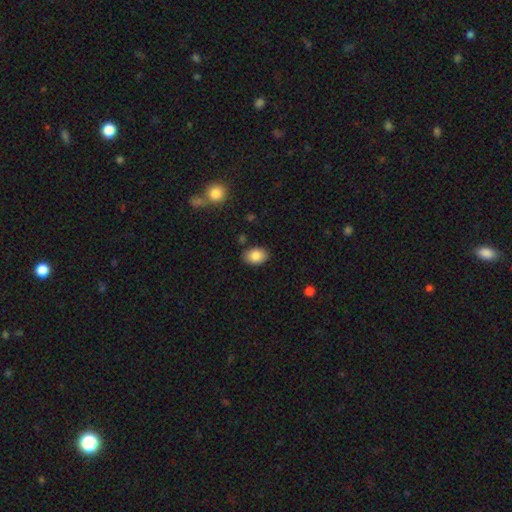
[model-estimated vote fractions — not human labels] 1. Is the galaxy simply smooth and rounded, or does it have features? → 85% smooth, 8% star or artifact, 7% featured or disk.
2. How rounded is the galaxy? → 79% in between, 20% round, 1% cigar-shaped.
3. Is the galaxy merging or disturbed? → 85% none, 10% minor disturbance, 2% major disturbance, 2% merger.